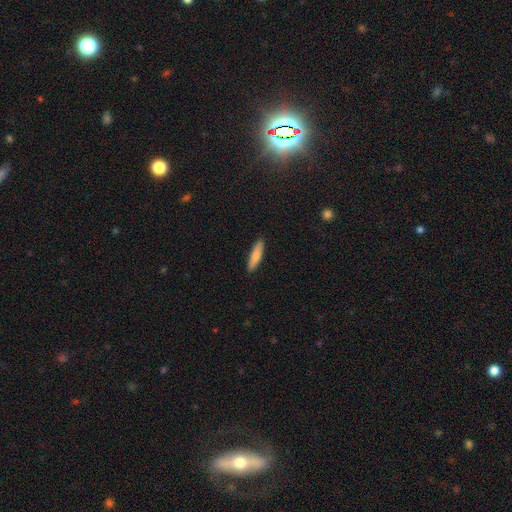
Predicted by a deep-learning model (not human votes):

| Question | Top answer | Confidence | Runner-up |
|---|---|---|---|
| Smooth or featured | smooth | 76% | featured or disk (18%) |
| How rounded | cigar-shaped | 76% | in between (22%) |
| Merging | none | 91% | minor disturbance (7%) |